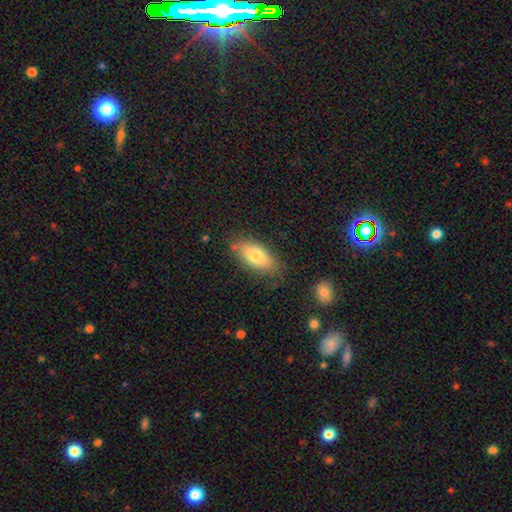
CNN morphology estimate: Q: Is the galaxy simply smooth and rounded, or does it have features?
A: smooth — 77%.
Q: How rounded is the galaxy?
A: in between — 85%.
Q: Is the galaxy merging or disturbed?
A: none — 78%.